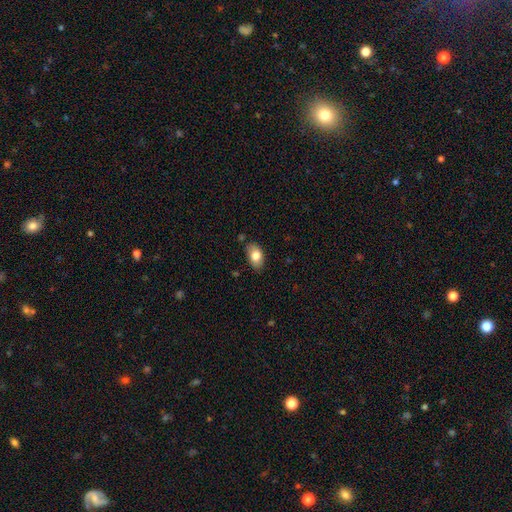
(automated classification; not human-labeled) smooth-or-featured: smooth: 80% | featured or disk: 13% | star or artifact: 7%
  how-rounded: in between: 91% | round: 7% | cigar-shaped: 2%
  merging: none: 78% | minor disturbance: 17% | major disturbance: 3% | merger: 2%